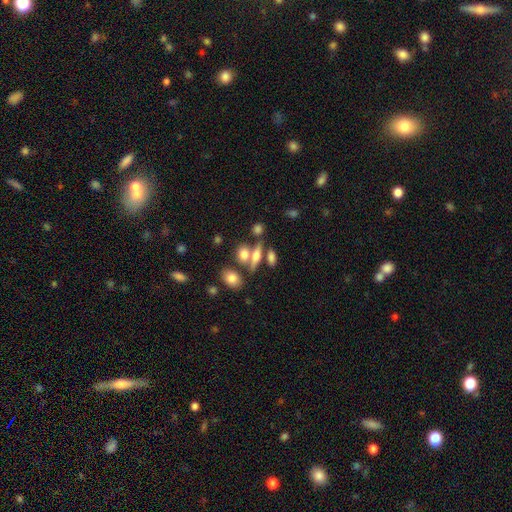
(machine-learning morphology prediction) smooth-or-featured: smooth: 59% | featured or disk: 30% | star or artifact: 11%
  how-rounded: in between: 50% | cigar-shaped: 37% | round: 13%
  merging: none: 56% | merger: 27% | minor disturbance: 11% | major disturbance: 6%